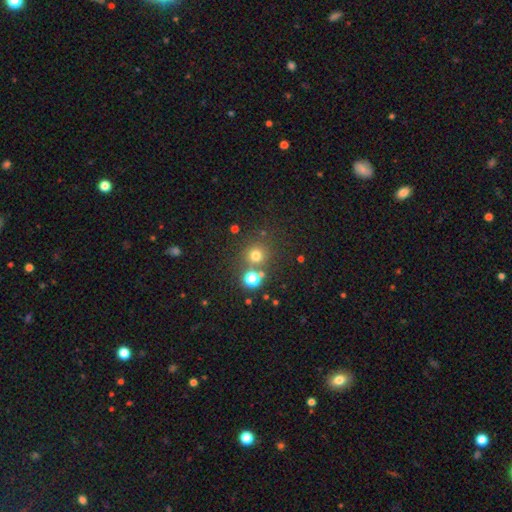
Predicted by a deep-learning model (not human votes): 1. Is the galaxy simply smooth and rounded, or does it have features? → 71% smooth, 22% star or artifact, 8% featured or disk.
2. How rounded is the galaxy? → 92% round, 7% in between, 1% cigar-shaped.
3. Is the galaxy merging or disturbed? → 74% none, 15% merger, 8% minor disturbance, 4% major disturbance.